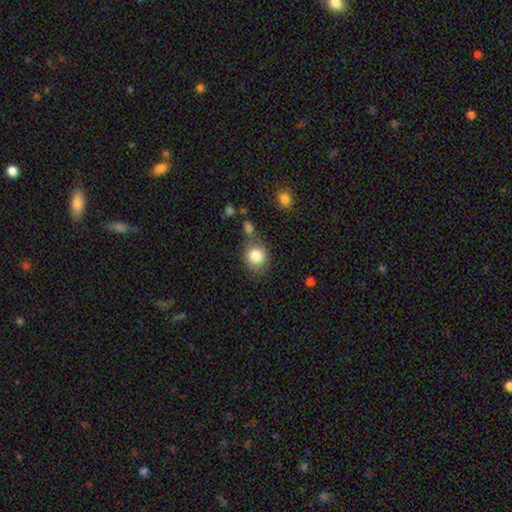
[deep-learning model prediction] smooth-or-featured: smooth: 83% | star or artifact: 9% | featured or disk: 7%
  how-rounded: round: 78% | in between: 21% | cigar-shaped: 1%
  merging: none: 67% | minor disturbance: 16% | merger: 12% | major disturbance: 5%